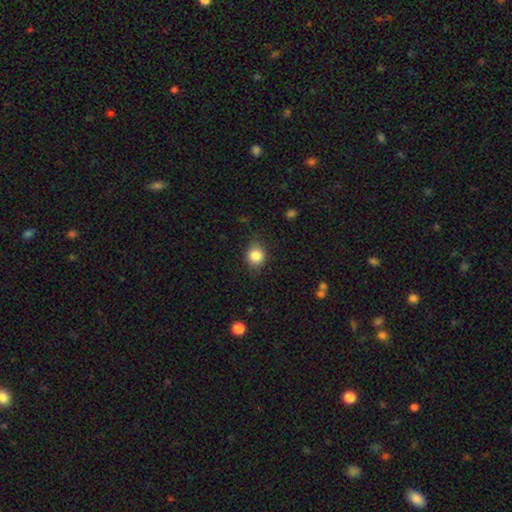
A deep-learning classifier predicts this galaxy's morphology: Smooth or featured: smooth — 84% (star or artifact — 10%)
How rounded: round — 73% (in between — 26%)
Merging: none — 80% (minor disturbance — 16%)